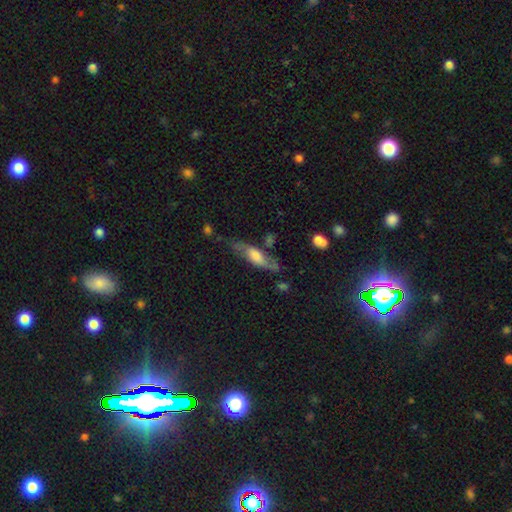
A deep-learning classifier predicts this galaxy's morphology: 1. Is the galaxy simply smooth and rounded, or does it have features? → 53% featured or disk, 40% smooth, 7% star or artifact.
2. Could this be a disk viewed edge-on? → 52% no, 48% yes.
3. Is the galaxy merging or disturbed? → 60% none, 23% minor disturbance, 11% major disturbance, 5% merger.